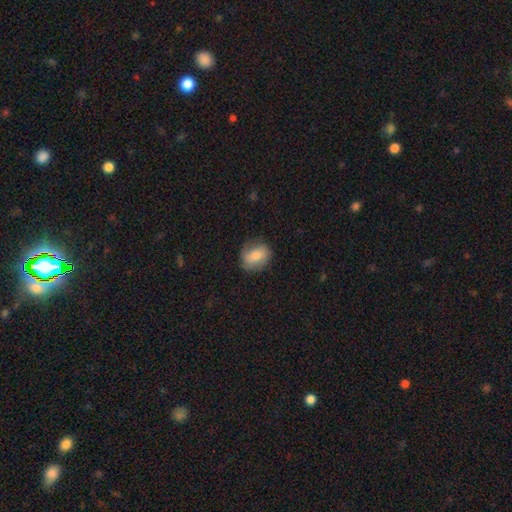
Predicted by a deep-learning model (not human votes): smooth-or-featured: smooth: 71% | featured or disk: 20% | star or artifact: 8%
  how-rounded: round: 60% | in between: 39% | cigar-shaped: 1%
  merging: none: 77% | minor disturbance: 17% | major disturbance: 5% | merger: 1%